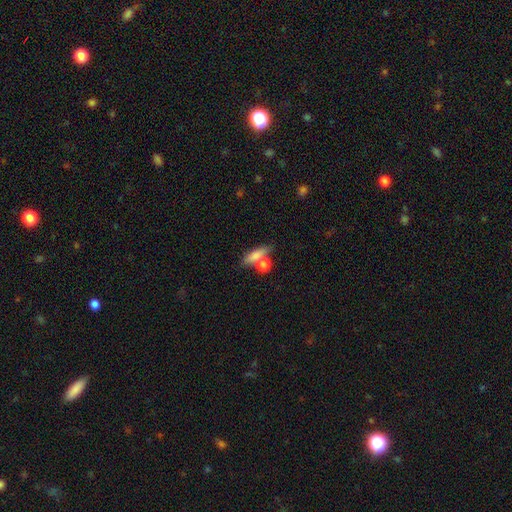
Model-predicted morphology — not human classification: Smooth or featured? Predicted: smooth (p=0.74). How rounded? Predicted: cigar-shaped (p=0.45). Merging? Predicted: none (p=0.53).